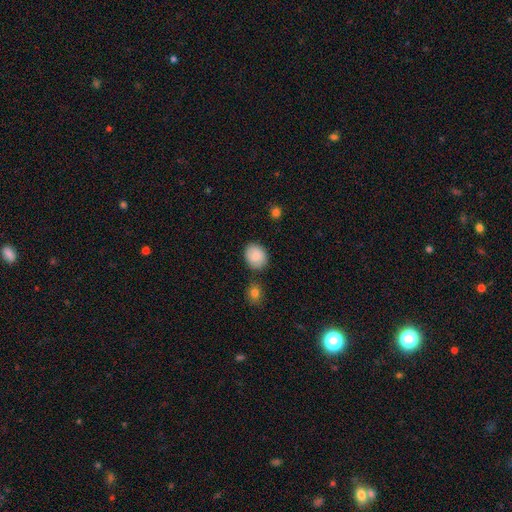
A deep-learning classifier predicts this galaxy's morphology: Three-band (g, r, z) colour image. It shows a smooth galaxy with no disk features (85%) that is round (58%). Merging: none (80%).